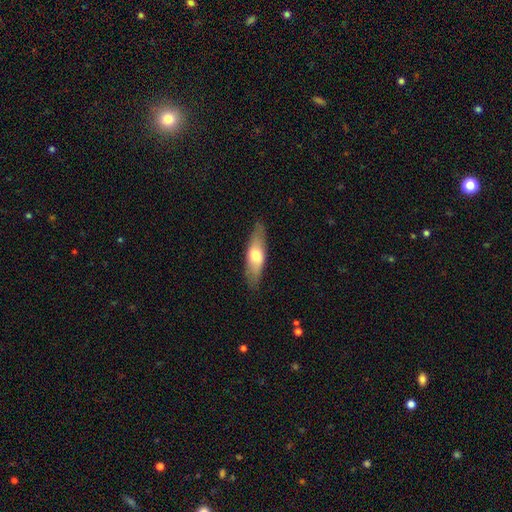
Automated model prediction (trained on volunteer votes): Overall: smooth (59%; featured or disk 36%). How rounded: in between (52%; cigar-shaped 46%). Merging: none (83%).